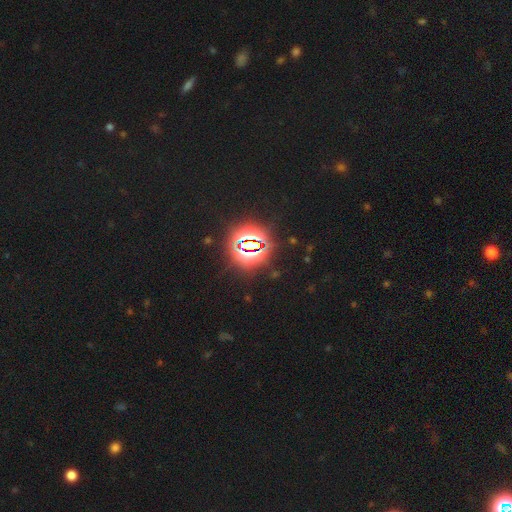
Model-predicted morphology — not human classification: smooth_or_featured: star or artifact (p=0.81) [alt: smooth p=0.12]